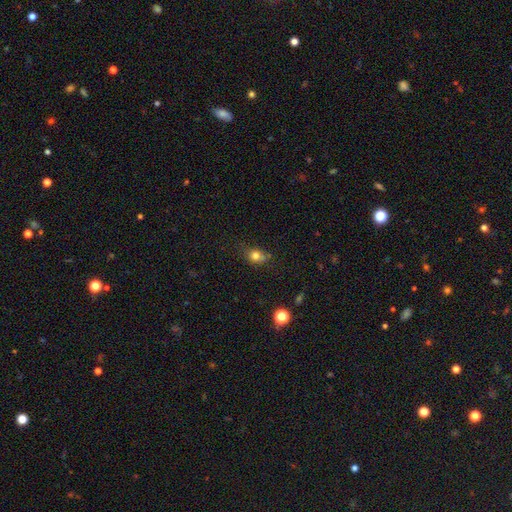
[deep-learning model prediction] The model was most divided on "how rounded": round: 61%, in between: 38%, cigar-shaped: 2%. More confident: smooth or featured — smooth (77%); merging — none (57%).